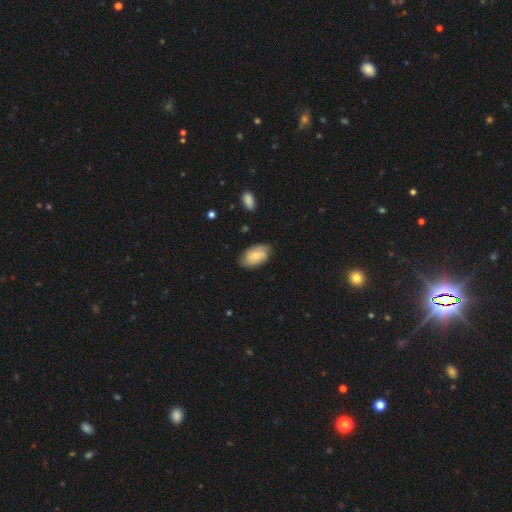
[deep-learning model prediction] smooth 62%, featured or disk 31%, star or artifact 7%. Down the decision tree: how rounded — in between (92%); merging — none (76%).